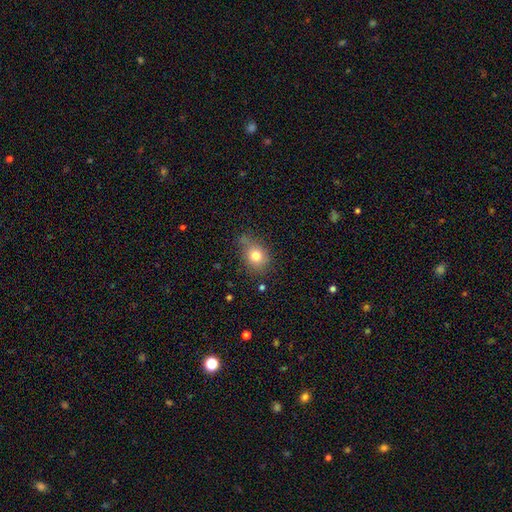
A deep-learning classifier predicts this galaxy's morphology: smooth 77%, star or artifact 12%, featured or disk 11%. Down the decision tree: how rounded — round (62%); merging — none (63%).